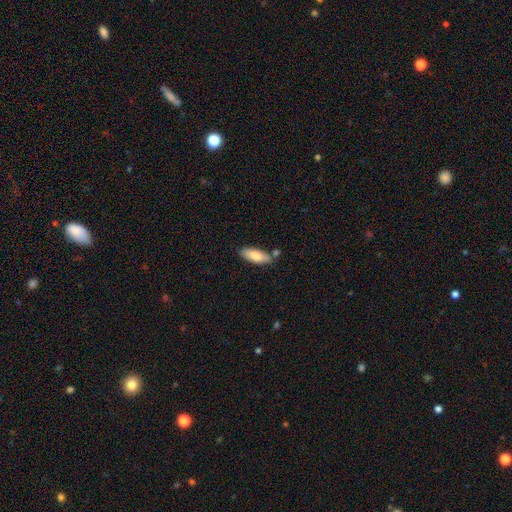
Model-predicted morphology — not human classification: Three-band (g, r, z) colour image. It shows a smooth galaxy with no disk features (79%) that is in between round and cigar-shaped (73%). Merging: none (69%).